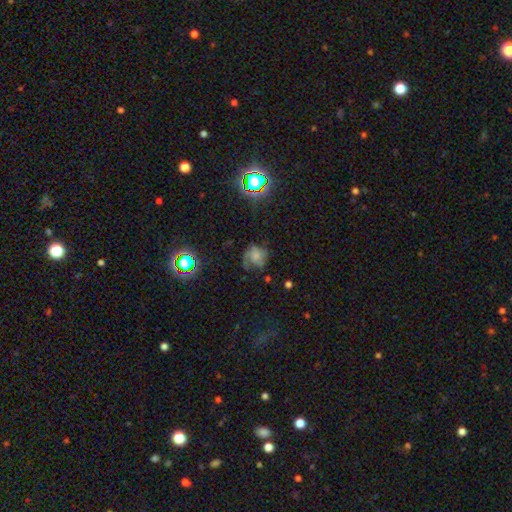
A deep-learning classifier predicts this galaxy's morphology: featured or disk 48%, smooth 34%, star or artifact 18%. Down the decision tree: merging — none (52%).